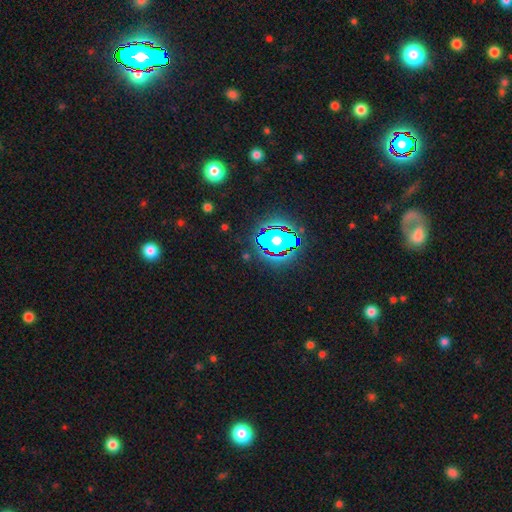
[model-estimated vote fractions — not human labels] Smooth or featured?
  - star or artifact: 79% *
  - smooth: 12%
  - featured or disk: 9%